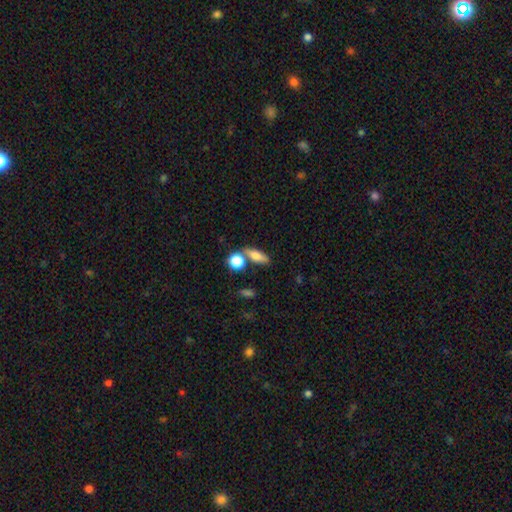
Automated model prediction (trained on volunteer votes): Smooth or featured?
  - smooth: 74% *
  - featured or disk: 16%
  - star or artifact: 10%
How rounded?
  - in between: 59% *
  - cigar-shaped: 29%
  - round: 13%
Merging?
  - none: 62% *
  - merger: 21%
  - minor disturbance: 13%
  - major disturbance: 5%